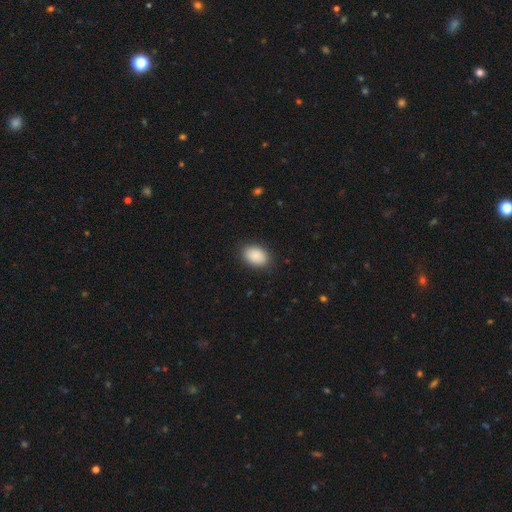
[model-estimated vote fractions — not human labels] A smooth galaxy with no disk features (90%) that is in between round and cigar-shaped (84%). Merging: none (88%).